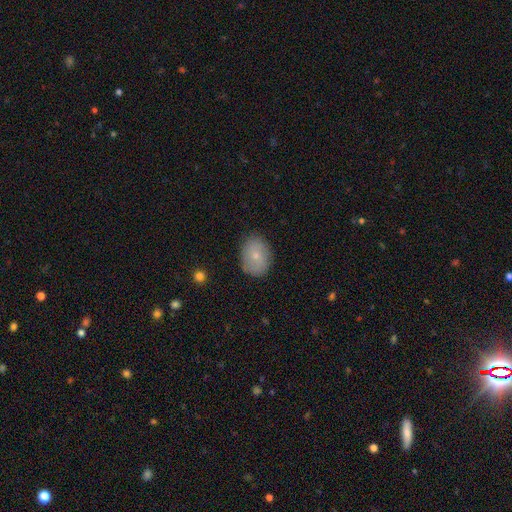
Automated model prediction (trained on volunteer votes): Smooth or featured?
  - smooth: 73% *
  - featured or disk: 19%
  - star or artifact: 8%
How rounded?
  - in between: 70% *
  - round: 29%
  - cigar-shaped: 1%
Merging?
  - none: 83% *
  - minor disturbance: 13%
  - major disturbance: 3%
  - merger: 1%